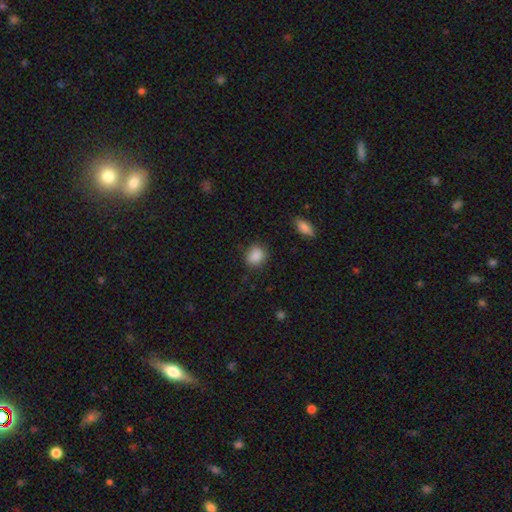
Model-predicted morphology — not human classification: A smooth galaxy with no disk features (87%) that is round (52%). Merging: none (78%).